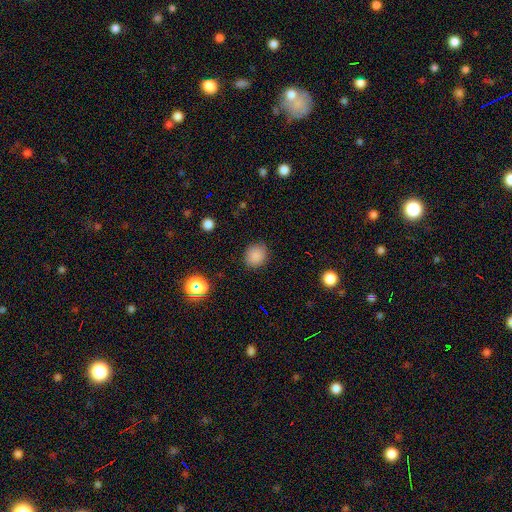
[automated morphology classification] Smooth or featured?
  - smooth: 86% *
  - star or artifact: 11%
  - featured or disk: 3%
How rounded?
  - round: 79% *
  - in between: 20%
  - cigar-shaped: 1%
Merging?
  - none: 88% *
  - minor disturbance: 9%
  - major disturbance: 3%
  - merger: 1%